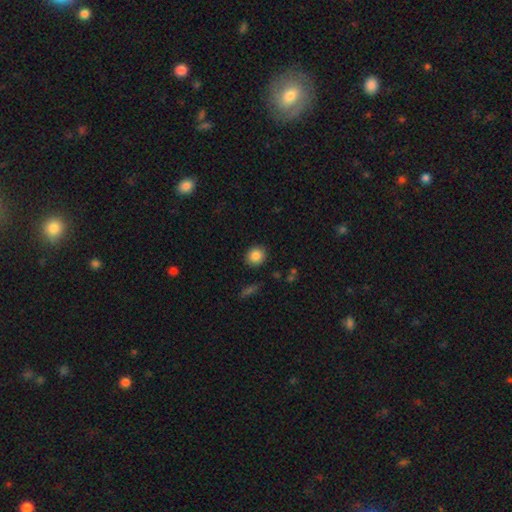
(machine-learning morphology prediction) Q: Smooth or featured?
A: smooth (86%); runner-up: star or artifact (9%)
Q: How rounded?
A: round (82%); runner-up: in between (17%)
Q: Merging?
A: none (90%); runner-up: minor disturbance (7%)